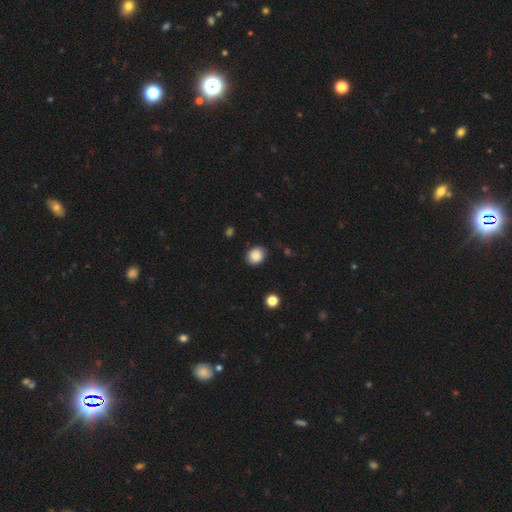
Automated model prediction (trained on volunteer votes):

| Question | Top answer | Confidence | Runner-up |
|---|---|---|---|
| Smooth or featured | smooth | 86% | star or artifact (9%) |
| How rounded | round | 63% | in between (37%) |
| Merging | none | 79% | minor disturbance (16%) |